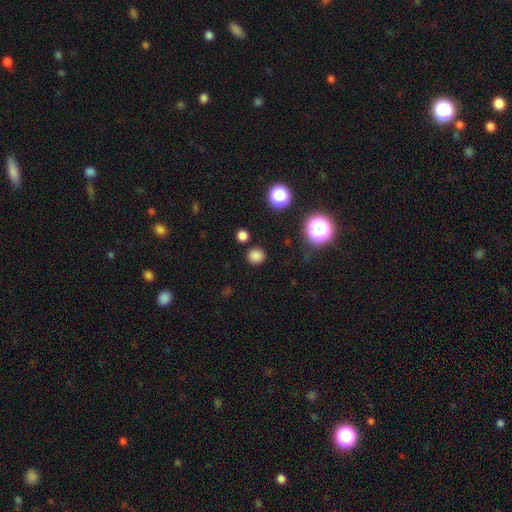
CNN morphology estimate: smooth_or_featured: smooth (p=0.79) [alt: star or artifact p=0.17]
how_rounded: round (p=0.87) [alt: in between p=0.12]
merging: none (p=0.87) [alt: minor disturbance p=0.07]